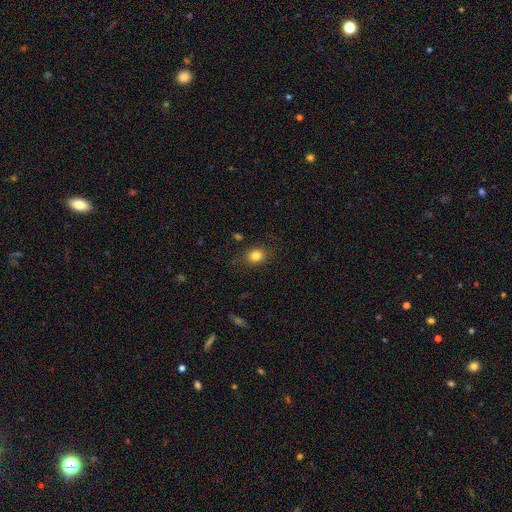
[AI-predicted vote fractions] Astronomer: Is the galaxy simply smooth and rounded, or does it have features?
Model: smooth — 83%.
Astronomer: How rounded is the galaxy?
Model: round — 59% (runner-up: in between, 39%).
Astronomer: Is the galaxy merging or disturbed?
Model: none — 82%.